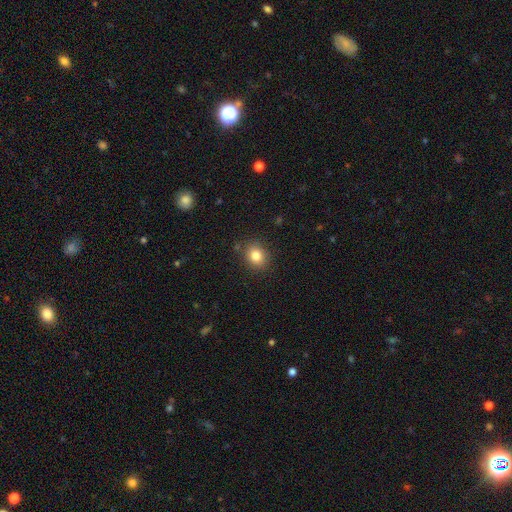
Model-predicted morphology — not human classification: Smooth or featured? smooth (82%)
How rounded? round (65%)
Merging? none (86%)